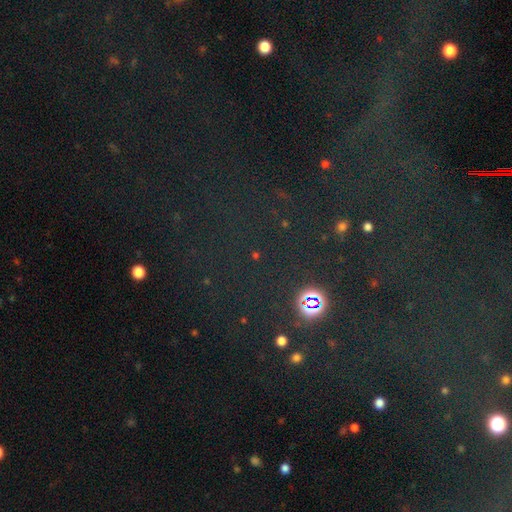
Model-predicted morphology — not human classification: Smooth or featured: star or artifact — 74% (smooth — 16%)